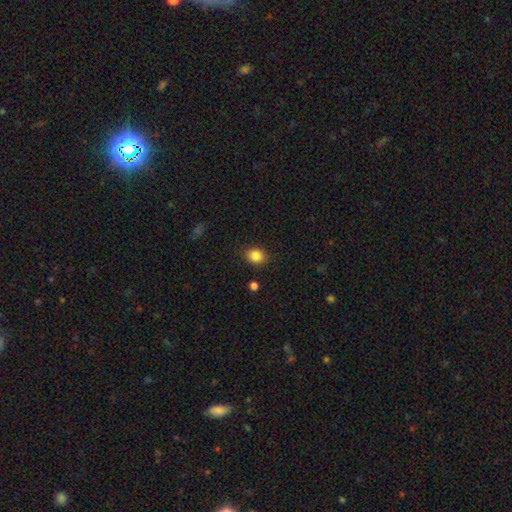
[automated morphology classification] Smooth or featured: smooth — 85% (star or artifact — 10%)
How rounded: round — 53% (in between — 46%)
Merging: none — 87% (minor disturbance — 9%)